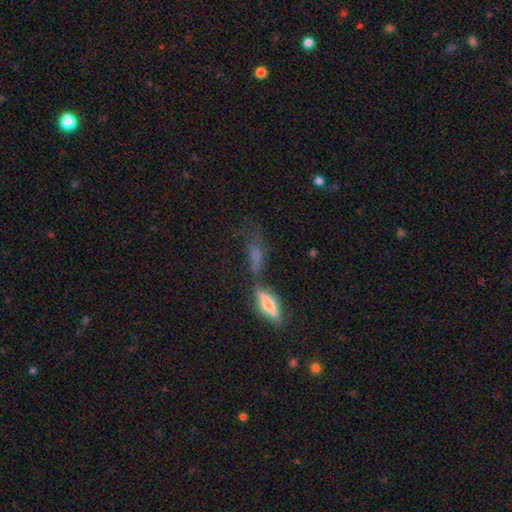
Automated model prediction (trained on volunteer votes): The model was most divided on "merging": none: 36%, merger: 29%, minor disturbance: 18%, major disturbance: 18%. More confident: how rounded — in between (58%); smooth or featured — smooth (52%).